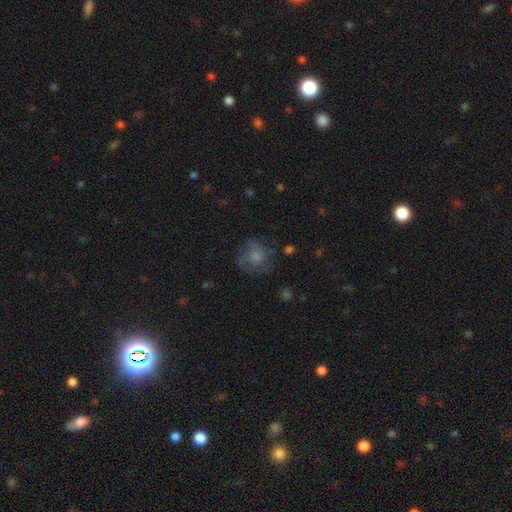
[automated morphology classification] Smooth or featured? Predicted: smooth (p=0.63). How rounded? Predicted: round (p=0.81). Merging? Predicted: none (p=0.61).